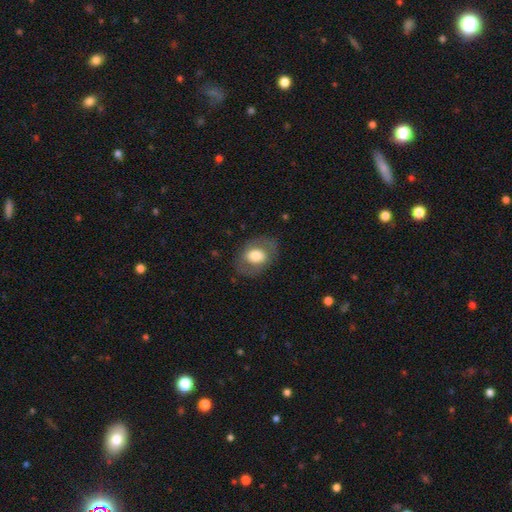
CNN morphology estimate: Overall: smooth (62%; featured or disk 31%). How rounded: in between (66%; round 33%). Merging: none (76%).